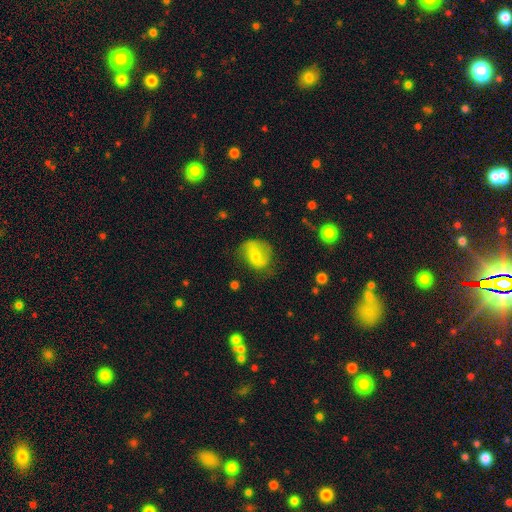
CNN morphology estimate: The model was most divided on "smooth or featured": smooth: 49%, featured or disk: 42%, star or artifact: 9%. More confident: merging — none (51%).